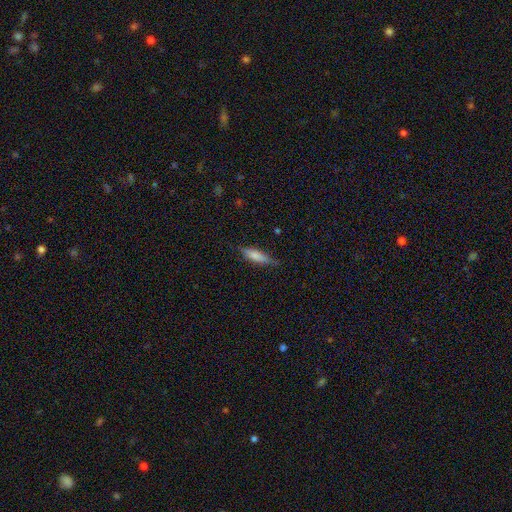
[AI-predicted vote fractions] Smooth or featured?
  - smooth: 67% *
  - featured or disk: 26%
  - star or artifact: 7%
How rounded?
  - cigar-shaped: 61% *
  - in between: 37%
  - round: 2%
Merging?
  - none: 75% *
  - minor disturbance: 20%
  - major disturbance: 4%
  - merger: 1%